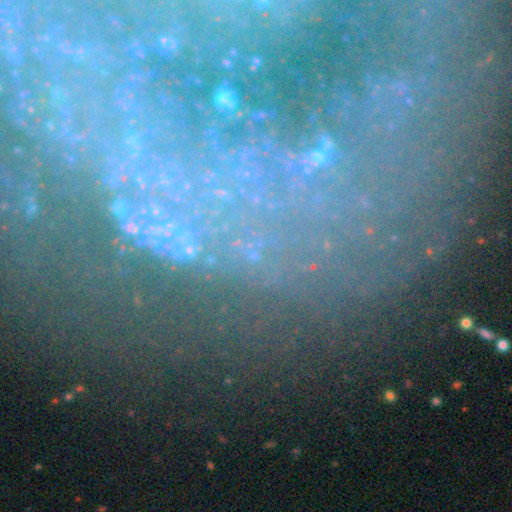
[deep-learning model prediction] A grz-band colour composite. It shows a star or artifact, not a galaxy (49%).